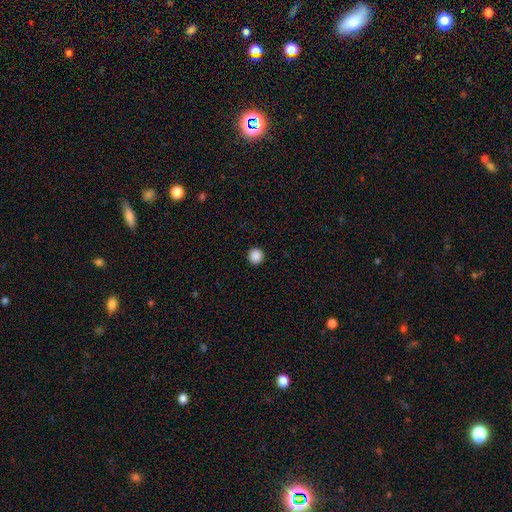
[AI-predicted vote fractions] This appears to be a smooth galaxy with no disk features (88%) that is round (96%). Merging: none (94%).